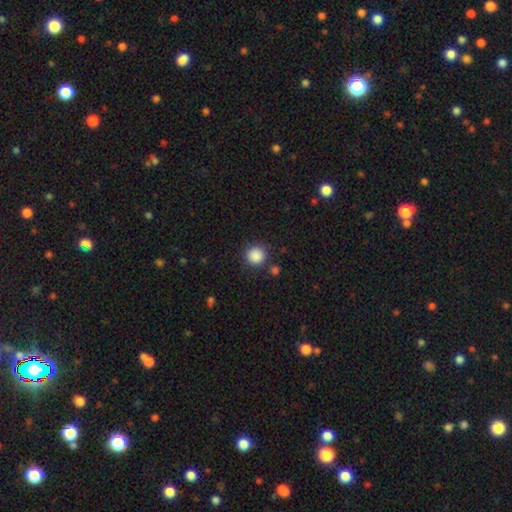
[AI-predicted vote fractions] Morphology: type=smooth (88%); roundness=round (93%); merging=none (86%).